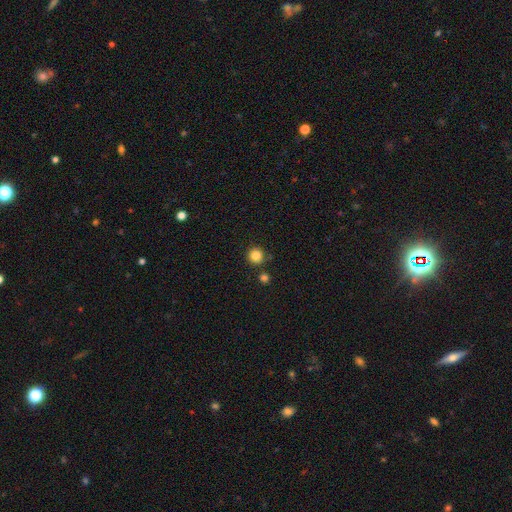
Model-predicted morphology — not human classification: A smooth galaxy with no disk features (84%) that is round (94%). Merging: none (83%).